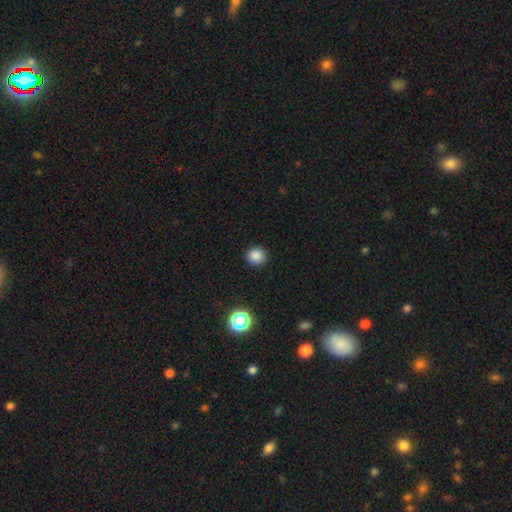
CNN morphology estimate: The model was most divided on "smooth or featured": smooth: 84%, star or artifact: 13%, featured or disk: 3%. More confident: how rounded — round (91%); merging — none (91%).